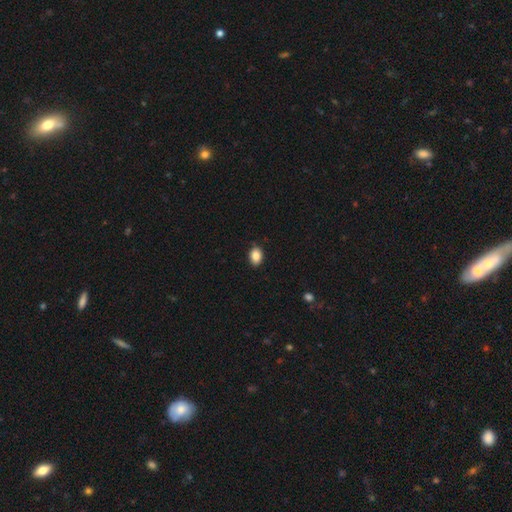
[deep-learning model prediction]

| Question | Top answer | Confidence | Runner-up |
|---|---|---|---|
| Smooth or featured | smooth | 87% | star or artifact (9%) |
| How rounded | in between | 75% | round (24%) |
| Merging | none | 85% | minor disturbance (12%) |